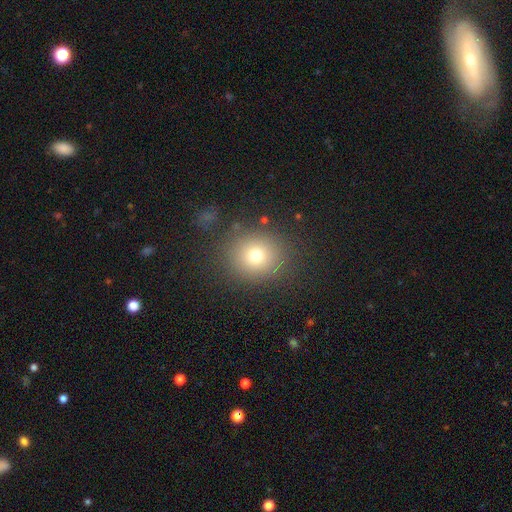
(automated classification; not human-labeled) This is likely a smooth galaxy (74%). How rounded: clearly round (83%). Merging: clearly none (84%).